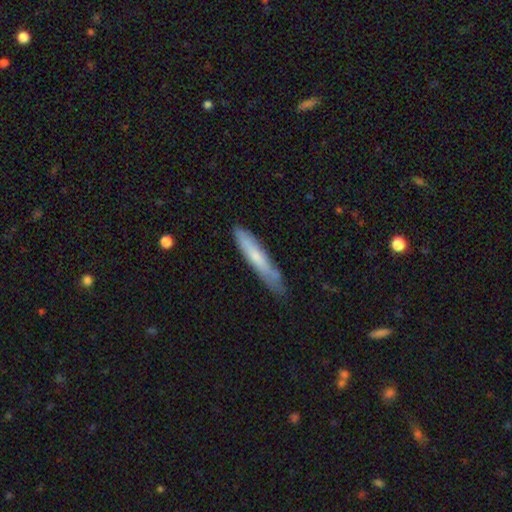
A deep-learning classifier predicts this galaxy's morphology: Smooth or featured: smooth — 60% (featured or disk — 34%)
How rounded: cigar-shaped — 90% (in between — 9%)
Merging: none — 66% (minor disturbance — 26%)